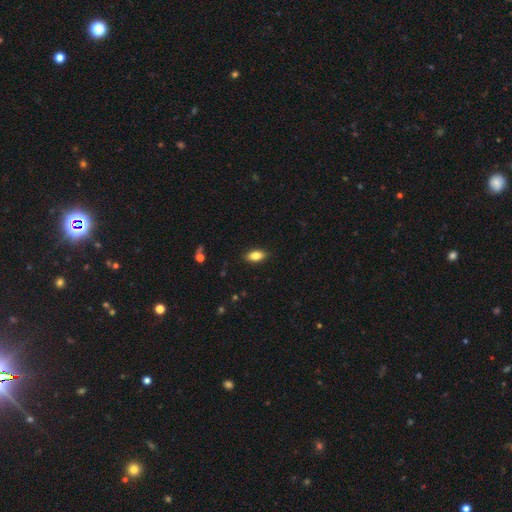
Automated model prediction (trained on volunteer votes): Morphology: type=smooth (81%); roundness=in between (89%); merging=none (88%).